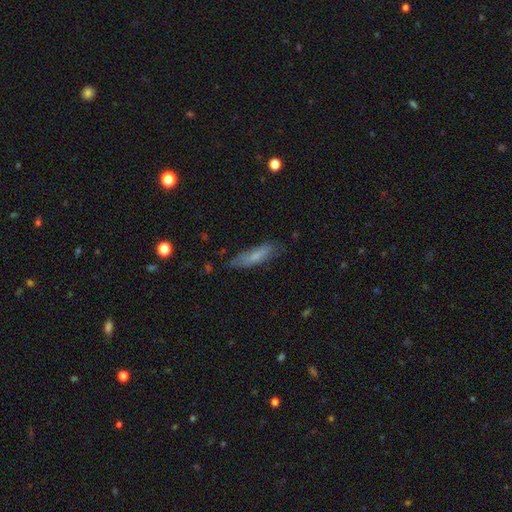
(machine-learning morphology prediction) The model was most divided on "how rounded": cigar-shaped: 69%, in between: 29%, round: 2%. More confident: merging — none (73%); smooth or featured — smooth (69%).